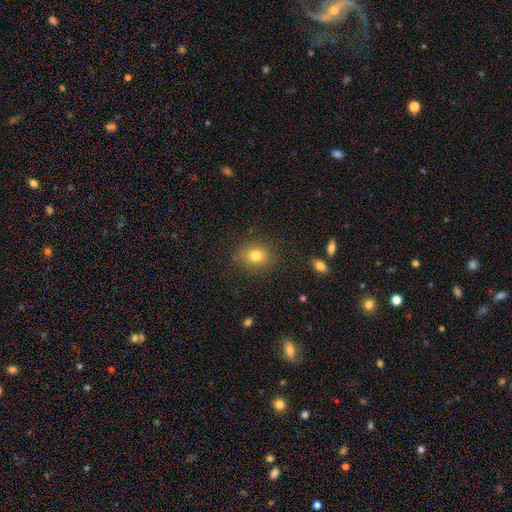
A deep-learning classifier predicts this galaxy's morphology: Smooth or featured? Predicted: smooth (p=0.80). How rounded? Predicted: round (p=0.50). Merging? Predicted: none (p=0.86).